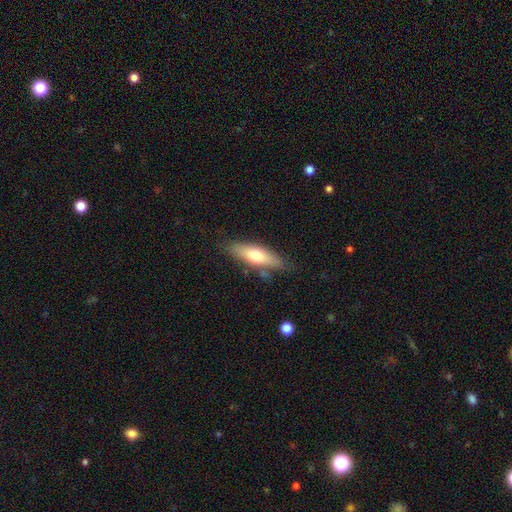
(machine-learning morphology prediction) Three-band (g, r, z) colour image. It shows a smooth galaxy with no disk features (64%) that is in between round and cigar-shaped (53%). Merging: none (76%).